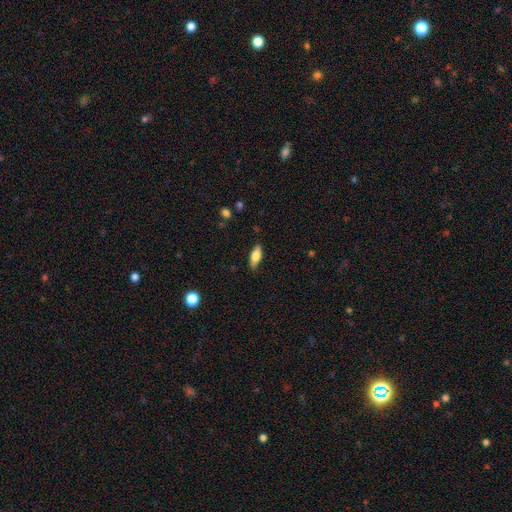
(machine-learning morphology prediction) Overall: smooth (67%; featured or disk 27%). How rounded: in between (69%). Merging: none (85%).